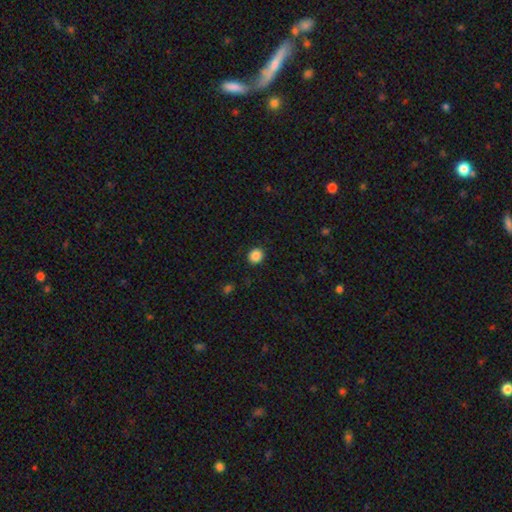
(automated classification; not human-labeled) smooth 87%, star or artifact 10%, featured or disk 3%. Down the decision tree: how rounded — round (83%); merging — none (91%).